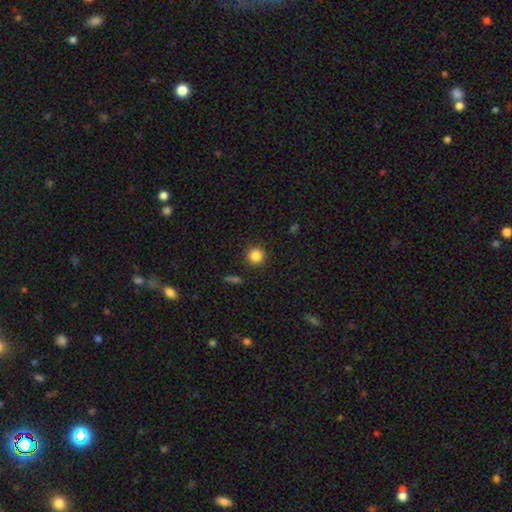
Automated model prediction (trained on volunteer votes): Smooth or featured? Predicted: smooth (p=0.85). How rounded? Predicted: round (p=0.94). Merging? Predicted: none (p=0.91).